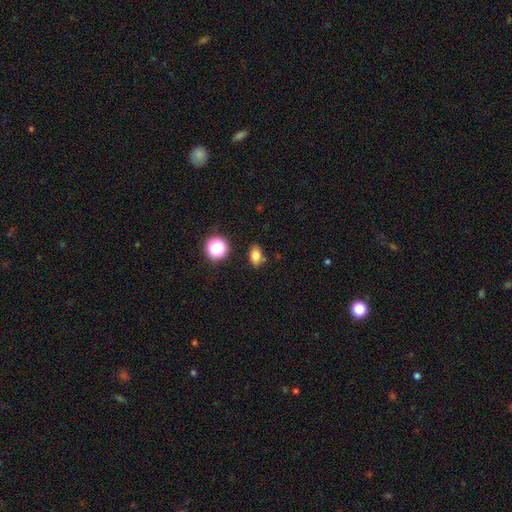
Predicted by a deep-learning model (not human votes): A smooth galaxy with no disk features (80%) that is in between round and cigar-shaped (79%). Merging: none (84%).